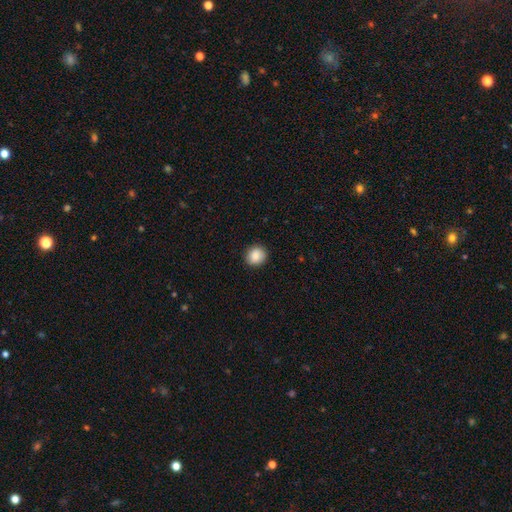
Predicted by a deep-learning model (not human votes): Smooth or featured? smooth (88%)
How rounded? round (84%)
Merging? none (91%)